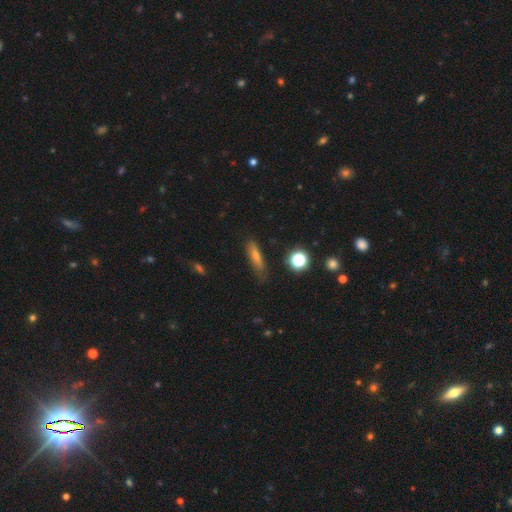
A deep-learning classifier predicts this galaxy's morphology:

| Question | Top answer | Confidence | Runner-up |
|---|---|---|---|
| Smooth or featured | smooth | 60% | featured or disk (25%) |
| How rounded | cigar-shaped | 69% | in between (25%) |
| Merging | none | 75% | minor disturbance (19%) |